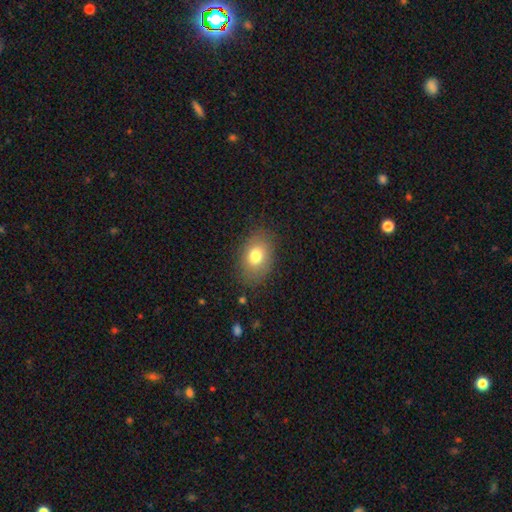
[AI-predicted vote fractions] This is likely a smooth galaxy (77%). How rounded: likely in between (79%). Merging: clearly none (82%).